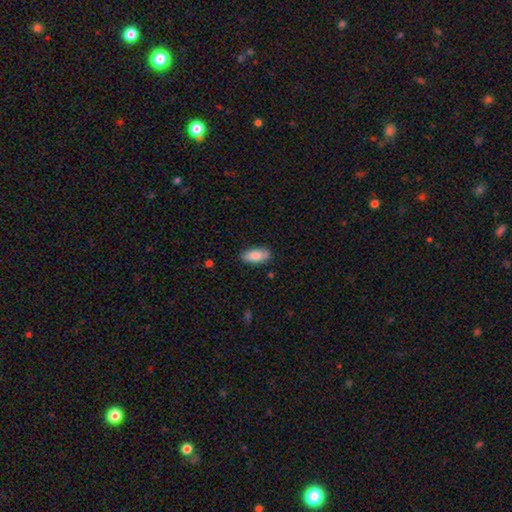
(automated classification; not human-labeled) Morphology: type=smooth (85%); roundness=in between (89%); merging=none (81%).